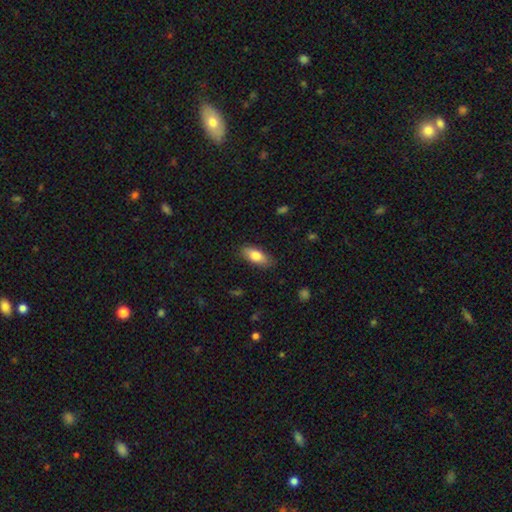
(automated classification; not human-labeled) A smooth galaxy with no disk features (80%) that is in between round and cigar-shaped (82%).

Vote fractions:
- Smooth or featured? smooth: 80% / featured or disk: 14% / star or artifact: 6%
- How rounded? in between: 82% / cigar-shaped: 15% / round: 3%
- Merging? none: 83% / minor disturbance: 13% / major disturbance: 3% / merger: 1%